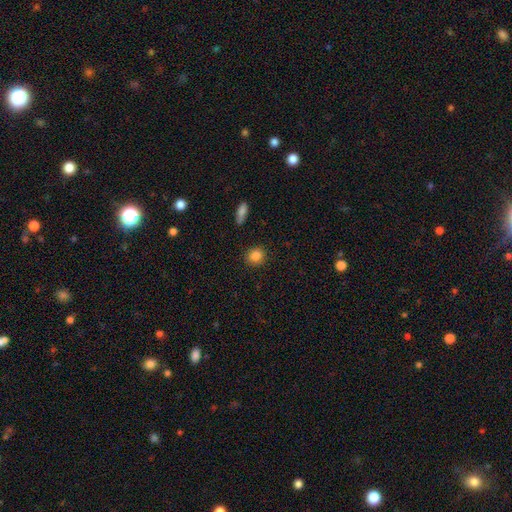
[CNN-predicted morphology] This is clearly a smooth galaxy (85%). How rounded: clearly round (82%). Merging: clearly none (88%).